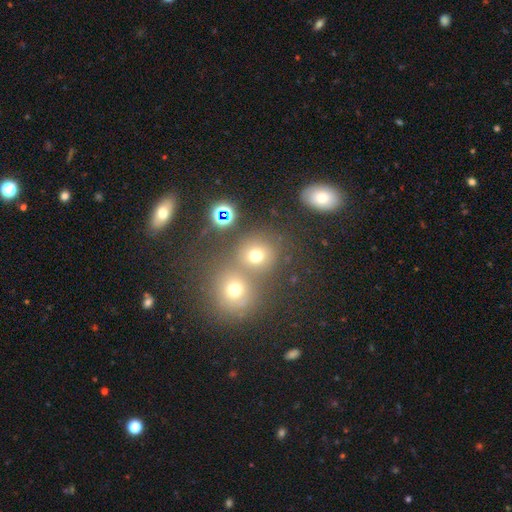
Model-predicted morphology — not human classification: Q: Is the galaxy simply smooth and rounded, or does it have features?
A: smooth — 68%.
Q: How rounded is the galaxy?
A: round — 81%.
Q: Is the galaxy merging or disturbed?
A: none — 53%.